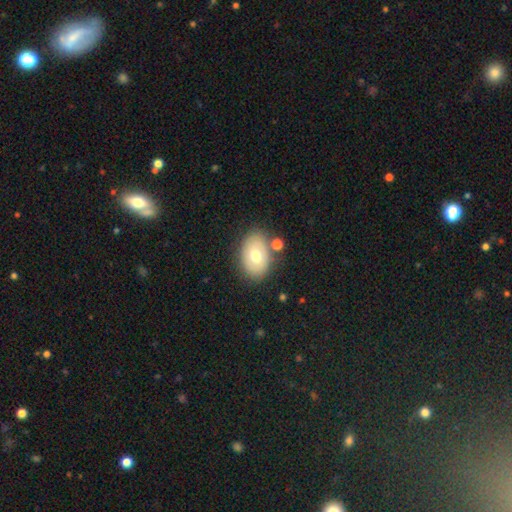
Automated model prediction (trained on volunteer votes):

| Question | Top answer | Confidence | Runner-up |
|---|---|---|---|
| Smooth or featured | smooth | 66% | featured or disk (26%) |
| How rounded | in between | 84% | round (15%) |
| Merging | none | 73% | minor disturbance (15%) |